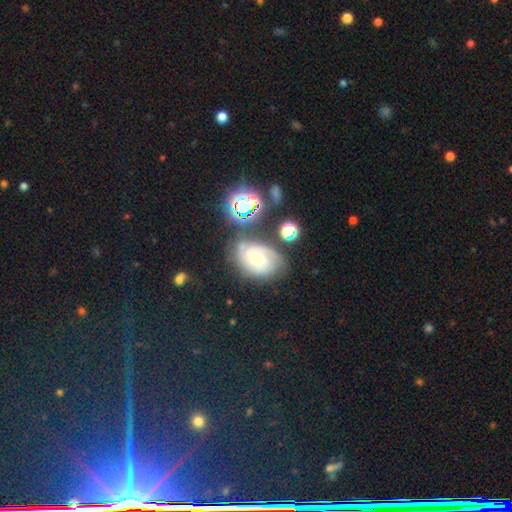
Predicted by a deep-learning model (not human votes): smooth_or_featured: featured or disk (p=0.67) [alt: smooth p=0.19]
disk_edge_on: no (p=0.97) [alt: yes p=0.03]
bar: no (p=0.58) [alt: weak p=0.35]
has_spiral_arms: yes (p=0.92) [alt: no p=0.08]
spiral_winding: tight (p=0.48) [alt: medium p=0.40]
spiral_arm_count: 2 (p=0.40) [alt: can't tell p=0.26]
bulge_size: small (p=0.51) [alt: moderate p=0.42]
merging: none (p=0.61) [alt: minor disturbance p=0.21]